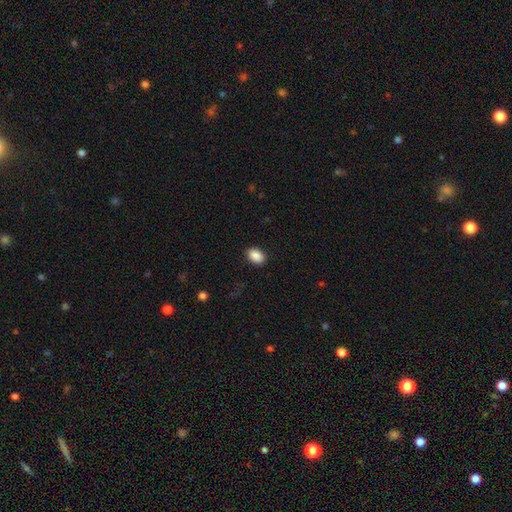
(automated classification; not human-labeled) A smooth galaxy with no disk features (89%) that is in between round and cigar-shaped (84%).

Vote fractions:
- Smooth or featured? smooth: 89% / star or artifact: 8% / featured or disk: 3%
- How rounded? in between: 84% / round: 15% / cigar-shaped: 1%
- Merging? none: 89% / minor disturbance: 7% / major disturbance: 2% / merger: 1%